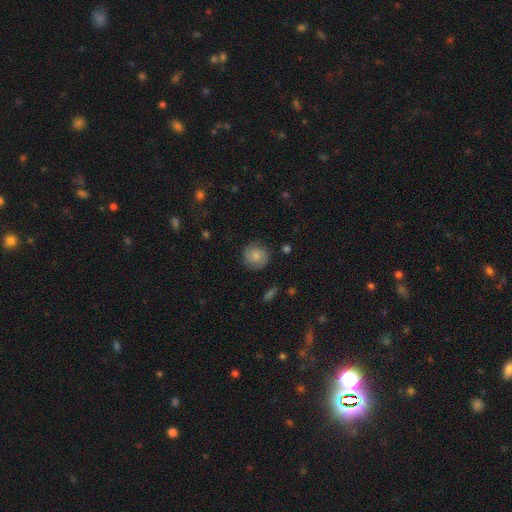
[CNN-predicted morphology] Q: Smooth or featured?
A: smooth (78%); runner-up: featured or disk (14%)
Q: How rounded?
A: round (91%); runner-up: in between (8%)
Q: Merging?
A: none (83%); runner-up: minor disturbance (12%)